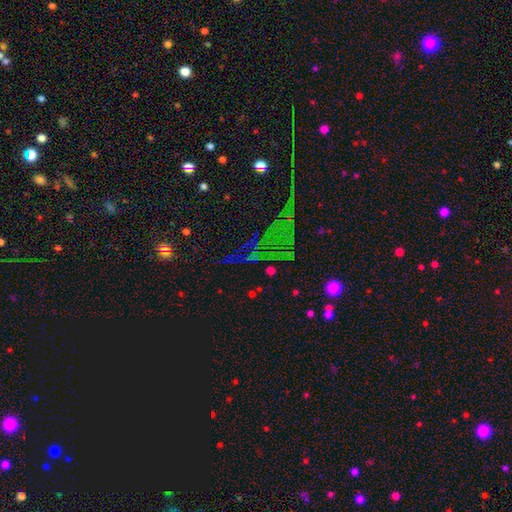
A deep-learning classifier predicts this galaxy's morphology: Smooth or featured? star or artifact (67%)